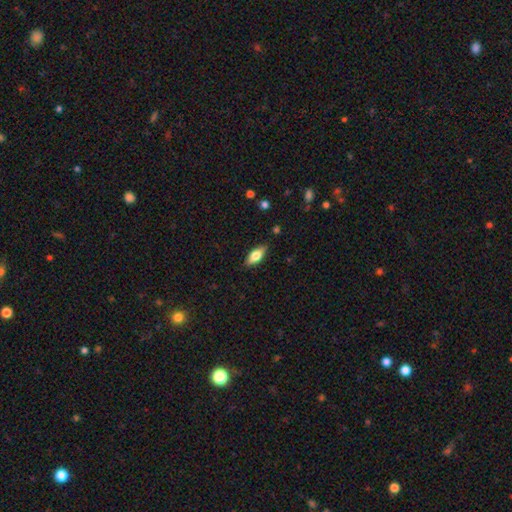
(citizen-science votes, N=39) Smooth or featured?
  - smooth: 79% *
  - featured or disk: 18%
  - star or artifact: 3%
How rounded?
  - in between: 87% *
  - cigar-shaped: 10%
  - round: 3%
Merging?
  - none: 68% *
  - minor disturbance: 16%
  - major disturbance: 13%
  - merger: 3%